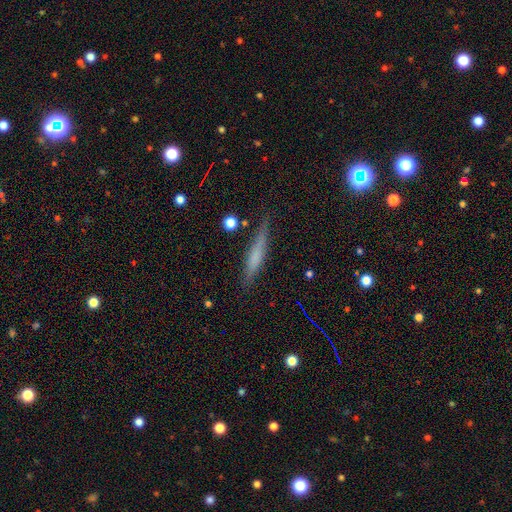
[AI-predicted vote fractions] This appears to be a smooth galaxy with no disk features (55%) that is cigar-shaped (90%). Merging: none (80%).